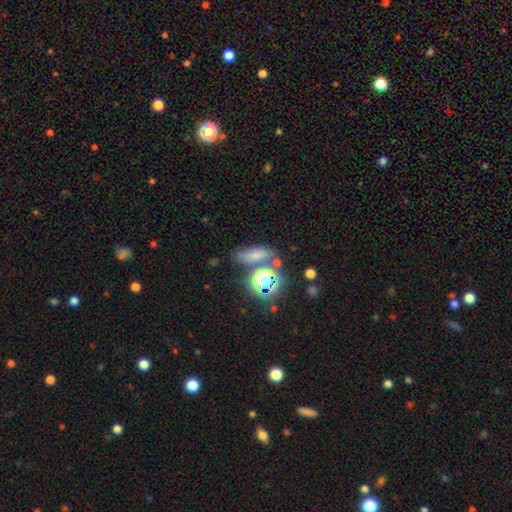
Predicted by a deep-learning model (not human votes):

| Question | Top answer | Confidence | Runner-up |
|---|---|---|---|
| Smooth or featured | smooth | 61% | star or artifact (26%) |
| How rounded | in between | 59% | cigar-shaped (22%) |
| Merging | none | 63% | merger (16%) |